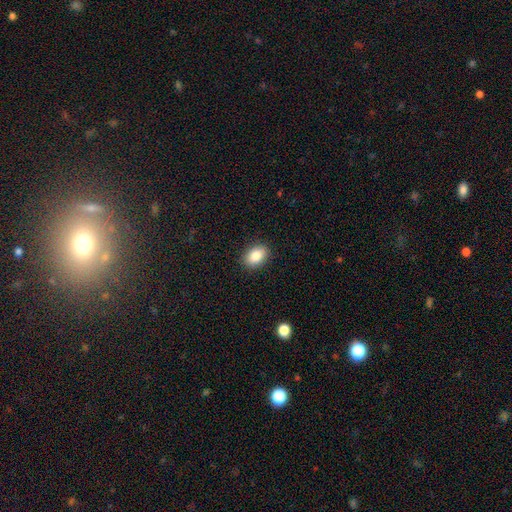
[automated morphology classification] This appears to be a smooth galaxy with no disk features (86%) that is in between round and cigar-shaped (81%). Merging: none (89%).